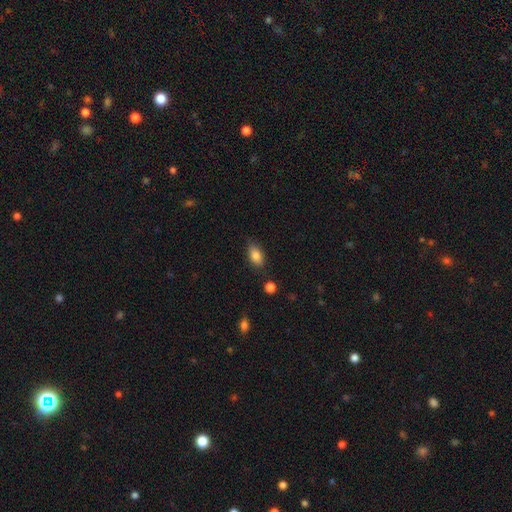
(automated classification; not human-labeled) Morphology: type=smooth (83%); roundness=in between (88%); merging=none (80%).